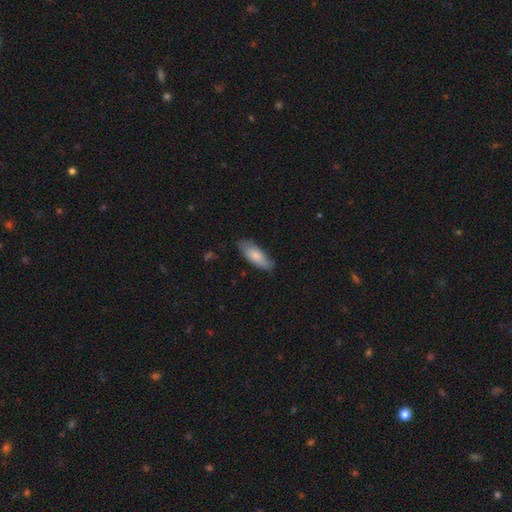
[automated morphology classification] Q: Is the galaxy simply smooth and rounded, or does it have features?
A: smooth — 79%.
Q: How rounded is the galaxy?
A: in between — 72%.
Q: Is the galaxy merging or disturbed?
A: none — 75%.